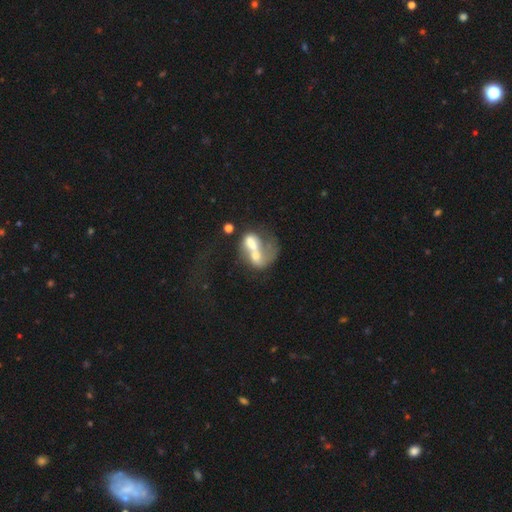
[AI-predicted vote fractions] Q: Smooth or featured?
A: featured or disk (51%); runner-up: smooth (40%)
Q: Edge-on disk?
A: no (96%); runner-up: yes (4%)
Q: Merging?
A: merger (67%); runner-up: major disturbance (18%)